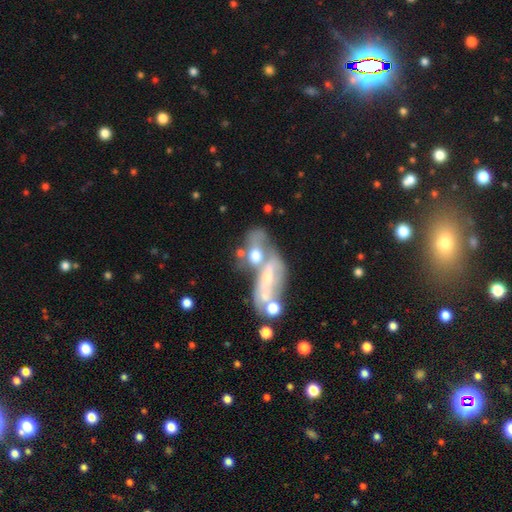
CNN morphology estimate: Smooth or featured? Predicted: featured or disk (p=0.45). Merging? Predicted: merger (p=0.62).